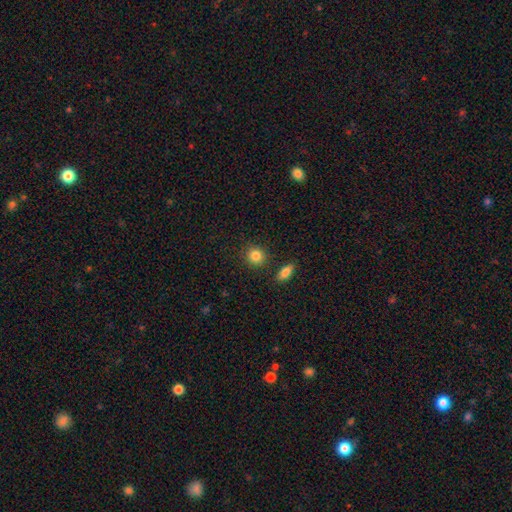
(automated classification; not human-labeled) Smooth or featured?
  - smooth: 85% *
  - star or artifact: 9%
  - featured or disk: 6%
How rounded?
  - round: 85% *
  - in between: 14%
  - cigar-shaped: 1%
Merging?
  - none: 85% *
  - minor disturbance: 8%
  - merger: 5%
  - major disturbance: 2%